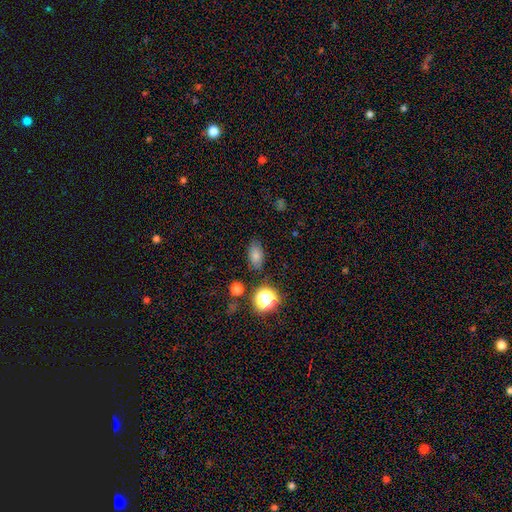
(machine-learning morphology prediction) This appears to be a smooth galaxy with no disk features (76%) that is in between round and cigar-shaped (85%). Merging: none (81%).